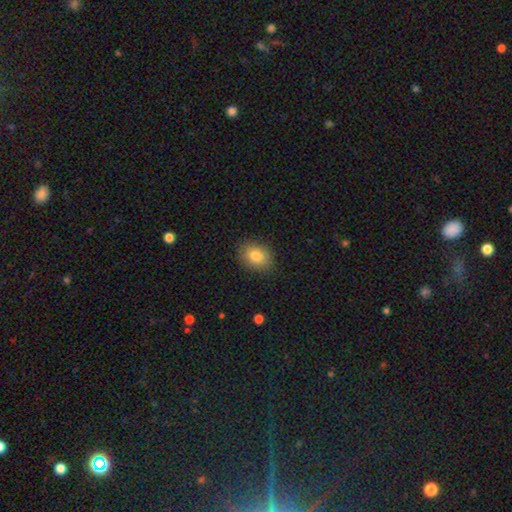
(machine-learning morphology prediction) smooth_or_featured: smooth (p=0.81) [alt: featured or disk p=0.10]
how_rounded: in between (p=0.64) [alt: round p=0.35]
merging: none (p=0.87) [alt: minor disturbance p=0.10]